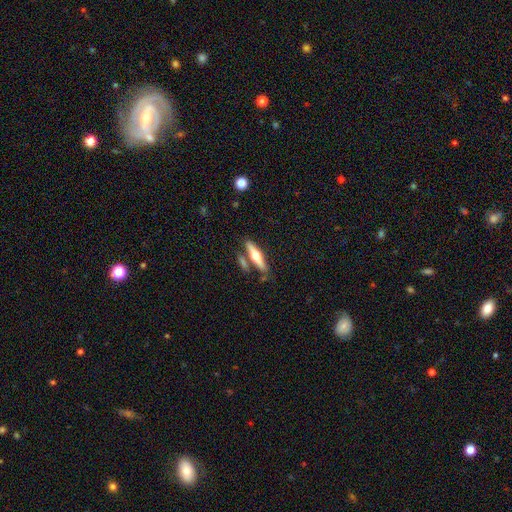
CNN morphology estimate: smooth-or-featured: featured or disk: 56% | smooth: 39% | star or artifact: 5%
  disk-edge-on: yes: 93% | no: 7%
    edge-on-bulge: rounded: 94% | none: 3% | boxy: 3%
  merging: none: 71% | merger: 14% | minor disturbance: 12% | major disturbance: 3%